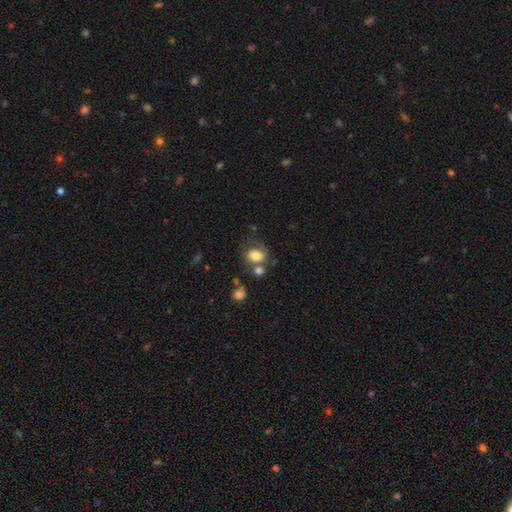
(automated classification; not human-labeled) A smooth galaxy with no disk features (72%) that is round (52%).

Vote fractions:
- Smooth or featured? smooth: 72% / featured or disk: 18% / star or artifact: 10%
- How rounded? round: 52% / in between: 47% / cigar-shaped: 1%
- Merging? none: 43% / merger: 24% / minor disturbance: 19% / major disturbance: 14%